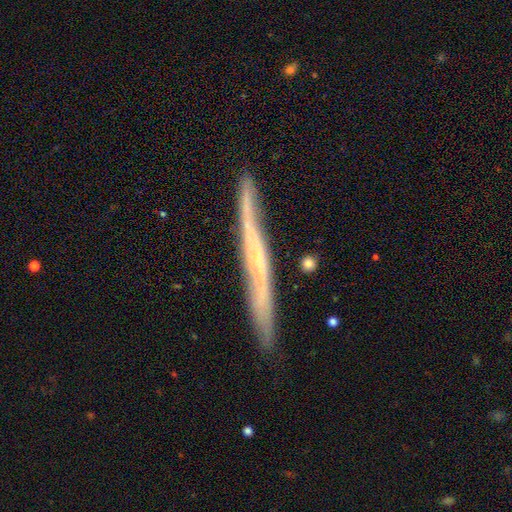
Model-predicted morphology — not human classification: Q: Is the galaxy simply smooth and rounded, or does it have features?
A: featured or disk — 71%.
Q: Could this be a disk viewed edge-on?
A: yes — 87%.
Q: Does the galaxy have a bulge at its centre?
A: none — 71%.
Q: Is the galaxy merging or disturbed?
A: none — 80%.